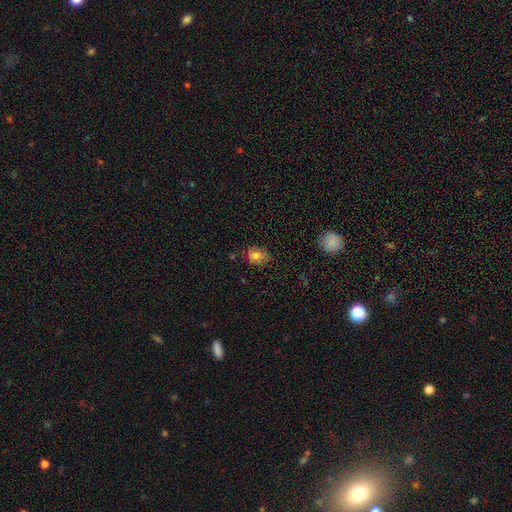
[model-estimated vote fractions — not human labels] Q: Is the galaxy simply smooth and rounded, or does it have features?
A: smooth — 78%.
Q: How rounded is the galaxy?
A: in between — 56%.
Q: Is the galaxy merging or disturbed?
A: none — 75%.